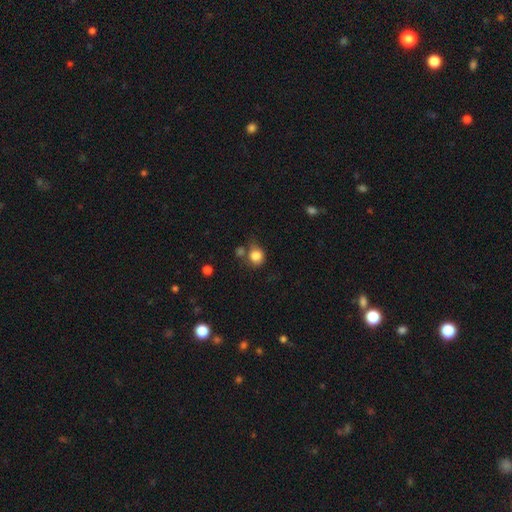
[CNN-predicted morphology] smooth-or-featured: smooth: 83% | star or artifact: 10% | featured or disk: 7%
  how-rounded: round: 77% | in between: 22% | cigar-shaped: 1%
  merging: none: 55% | minor disturbance: 21% | merger: 16% | major disturbance: 8%